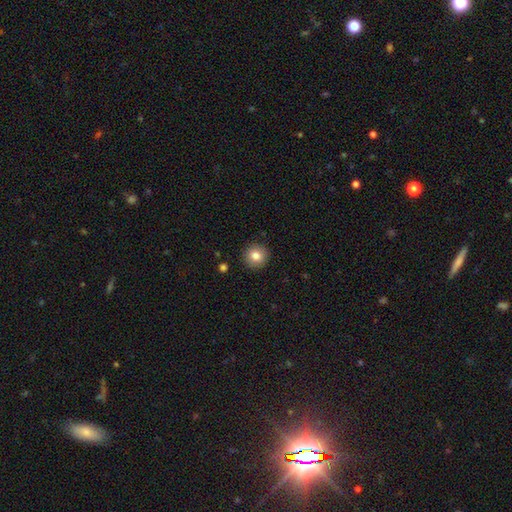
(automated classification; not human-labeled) This appears to be a smooth galaxy with no disk features (83%) that is round (94%). Merging: none (92%).